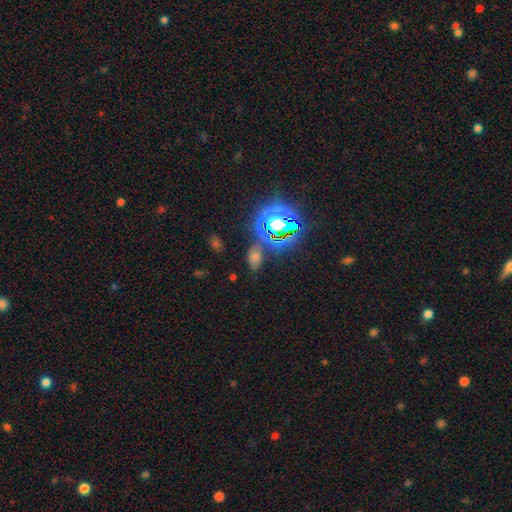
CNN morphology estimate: Overall: star or artifact (57%; smooth 31%).